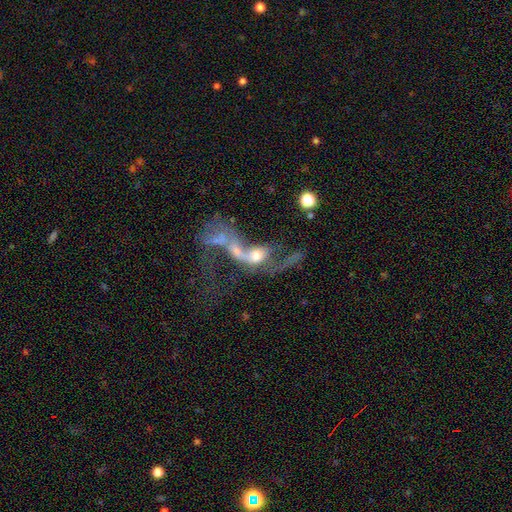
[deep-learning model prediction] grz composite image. It shows a featured or disk galaxy (56%) with no bar (73%), no spiral arms (56%) and a moderate central bulge (44%). Merging: merger (71%).